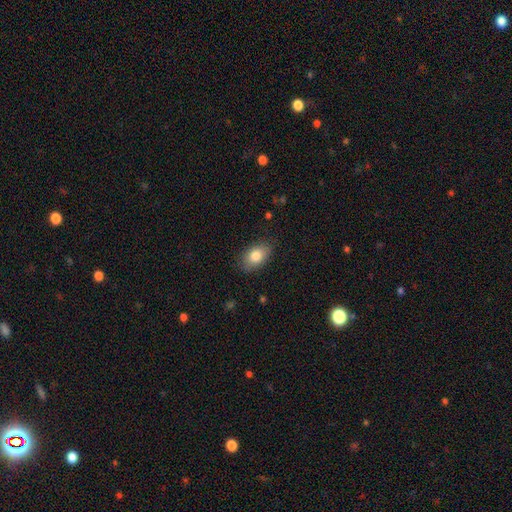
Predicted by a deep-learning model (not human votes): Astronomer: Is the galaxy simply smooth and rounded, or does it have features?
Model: smooth — 82%.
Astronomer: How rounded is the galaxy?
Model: in between — 89%.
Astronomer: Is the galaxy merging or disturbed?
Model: none — 83%.